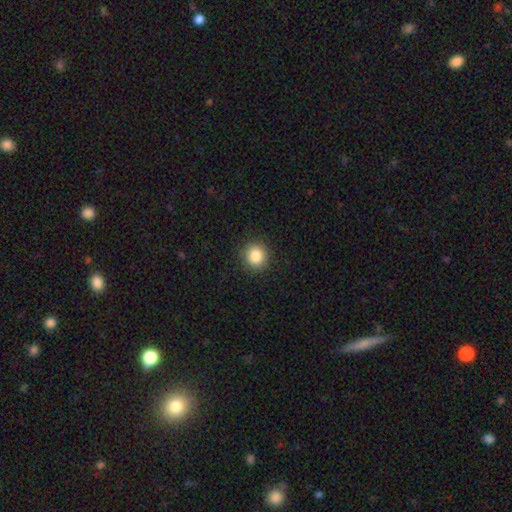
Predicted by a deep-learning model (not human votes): Q: Smooth or featured?
A: smooth (85%); runner-up: star or artifact (10%)
Q: How rounded?
A: round (89%); runner-up: in between (10%)
Q: Merging?
A: none (90%); runner-up: minor disturbance (7%)